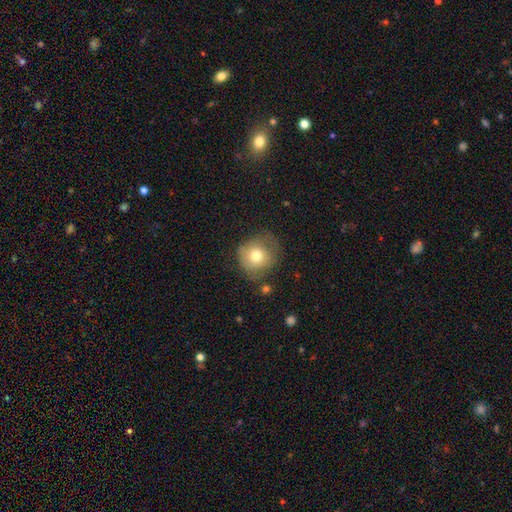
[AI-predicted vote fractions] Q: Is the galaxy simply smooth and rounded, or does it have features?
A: smooth — 72%.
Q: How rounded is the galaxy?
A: round — 86%.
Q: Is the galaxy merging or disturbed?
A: none — 57%.